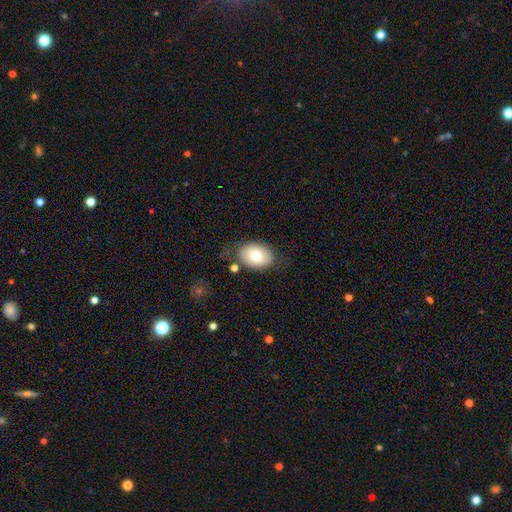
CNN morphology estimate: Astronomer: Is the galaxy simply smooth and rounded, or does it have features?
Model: smooth — 77%.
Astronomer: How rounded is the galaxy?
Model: in between — 79%.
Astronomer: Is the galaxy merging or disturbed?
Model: none — 74%.